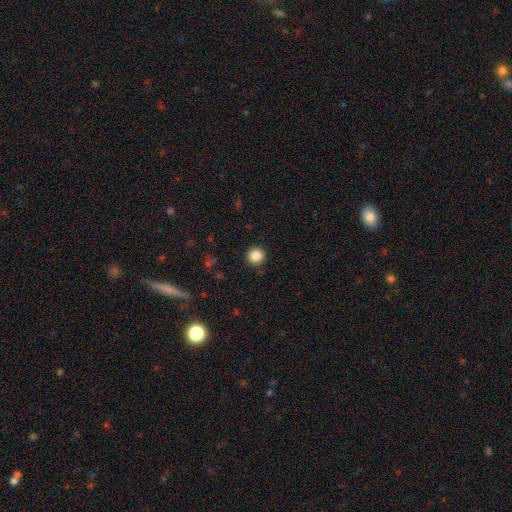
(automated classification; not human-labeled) A smooth galaxy with no disk features (85%) that is round (95%).

Vote fractions:
- Smooth or featured? smooth: 85% / star or artifact: 11% / featured or disk: 5%
- How rounded? round: 95% / in between: 4% / cigar-shaped: 1%
- Merging? none: 91% / minor disturbance: 6% / major disturbance: 2% / merger: 1%